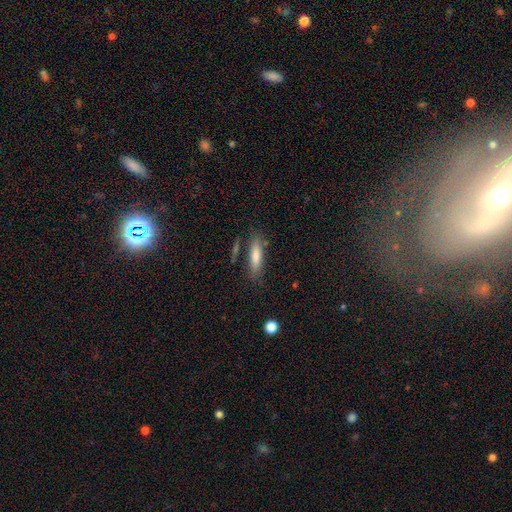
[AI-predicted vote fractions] The model was most divided on "how rounded": cigar-shaped: 69%, in between: 28%, round: 2%. More confident: merging — none (77%); smooth or featured — smooth (68%).